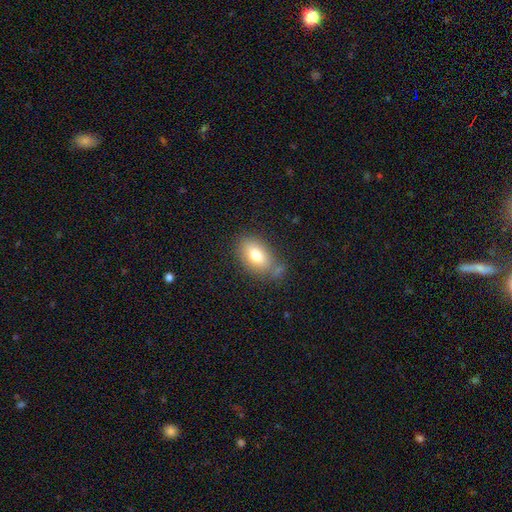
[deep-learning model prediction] Smooth or featured?
  - smooth: 78% *
  - featured or disk: 14%
  - star or artifact: 8%
How rounded?
  - in between: 89% *
  - round: 9%
  - cigar-shaped: 2%
Merging?
  - none: 67% *
  - minor disturbance: 19%
  - merger: 9%
  - major disturbance: 6%